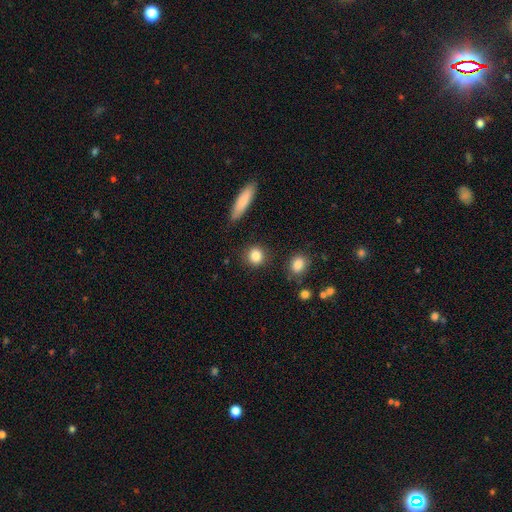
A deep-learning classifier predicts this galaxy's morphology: Smooth or featured?
  - smooth: 85% *
  - star or artifact: 9%
  - featured or disk: 6%
How rounded?
  - round: 84% *
  - in between: 14%
  - cigar-shaped: 2%
Merging?
  - none: 88% *
  - minor disturbance: 7%
  - major disturbance: 3%
  - merger: 2%